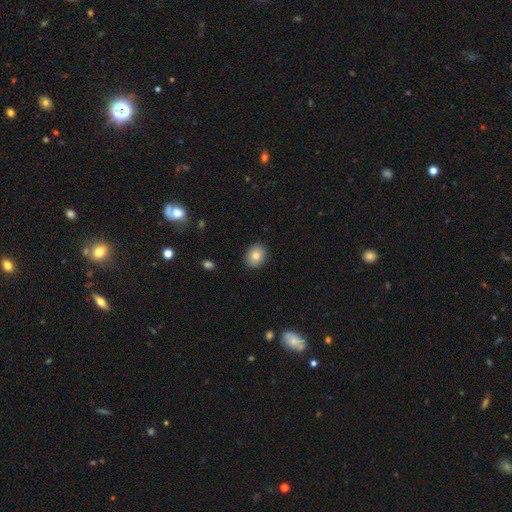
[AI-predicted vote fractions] smooth 81%, featured or disk 10%, star or artifact 9%. Down the decision tree: how rounded — in between (56%); merging — none (89%).